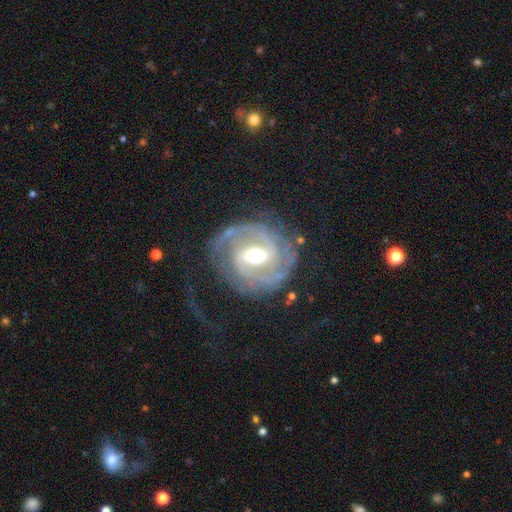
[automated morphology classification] Smooth or featured? Predicted: featured or disk (p=0.90). Edge-on disk? Predicted: no (p=0.97). Bar? Predicted: weak (p=0.49). Spiral arms? Predicted: yes (p=0.97). Spiral winding? Predicted: tight (p=0.54). Spiral arm count? Predicted: 2 (p=0.67). Bulge size? Predicted: moderate (p=0.69). Merging? Predicted: none (p=0.74).